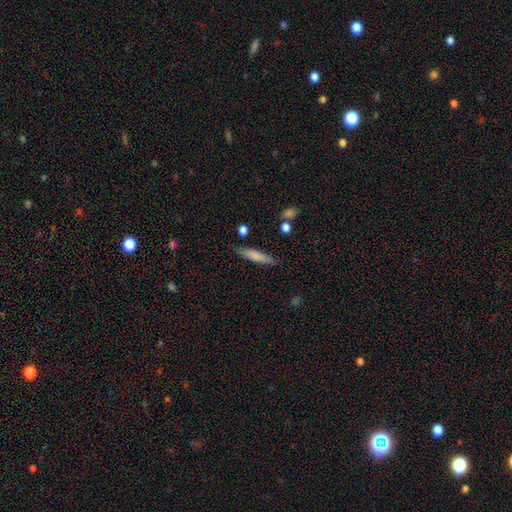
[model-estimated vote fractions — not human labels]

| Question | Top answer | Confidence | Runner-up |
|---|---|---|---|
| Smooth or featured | smooth | 72% | featured or disk (22%) |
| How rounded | cigar-shaped | 84% | in between (14%) |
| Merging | none | 82% | minor disturbance (13%) |